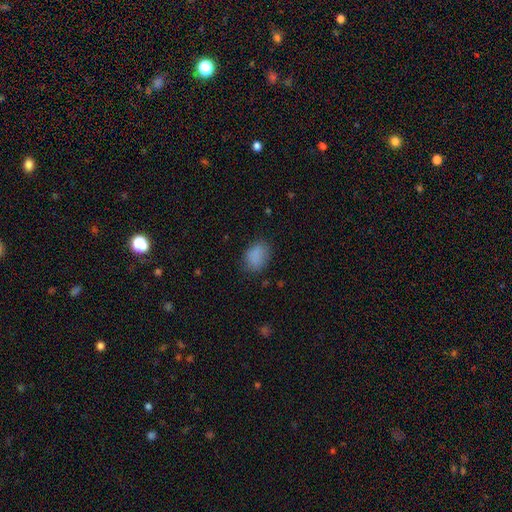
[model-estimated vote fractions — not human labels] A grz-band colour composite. It shows a smooth galaxy with no disk features (84%) that is in between round and cigar-shaped (78%). Merging: none (75%).